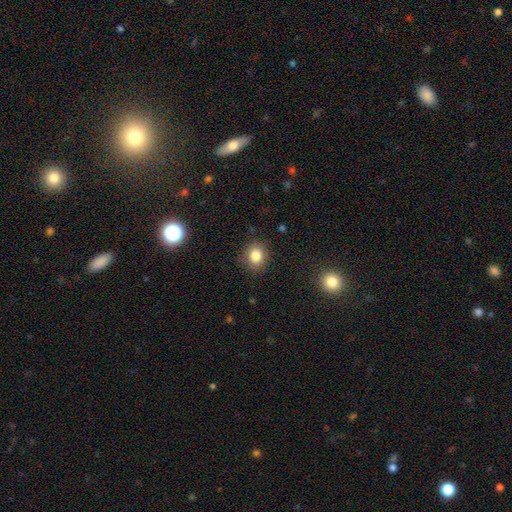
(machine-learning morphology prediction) smooth 83%, star or artifact 11%, featured or disk 6%. Down the decision tree: how rounded — round (63%); merging — none (86%).